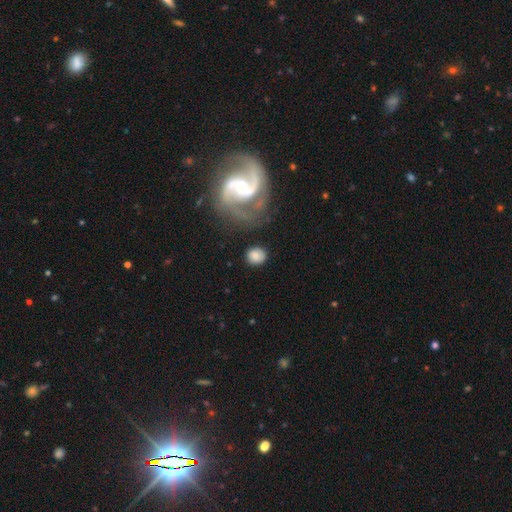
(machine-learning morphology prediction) Smooth or featured?
  - smooth: 73% *
  - featured or disk: 19%
  - star or artifact: 8%
How rounded?
  - round: 74% *
  - in between: 24%
  - cigar-shaped: 1%
Merging?
  - none: 78% *
  - minor disturbance: 12%
  - major disturbance: 6%
  - merger: 5%